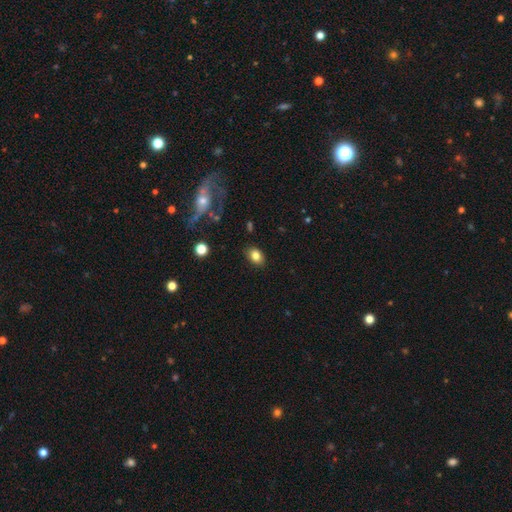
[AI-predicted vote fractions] The model was most divided on "how rounded": in between: 79%, round: 20%, cigar-shaped: 1%. More confident: merging — none (85%); smooth or featured — smooth (82%).